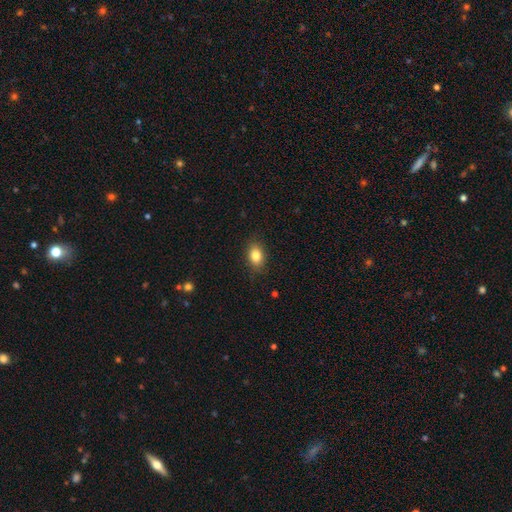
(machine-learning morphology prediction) This is clearly a smooth galaxy (83%). How rounded: clearly in between (80%). Merging: clearly none (85%).